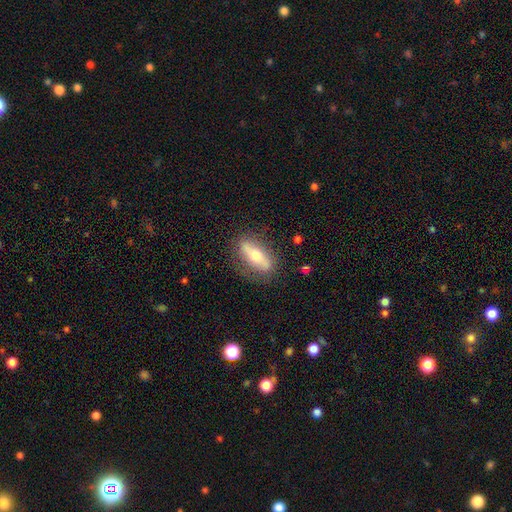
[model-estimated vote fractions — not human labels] smooth_or_featured: smooth (p=0.48) [alt: featured or disk p=0.46]
merging: none (p=0.80) [alt: minor disturbance p=0.14]